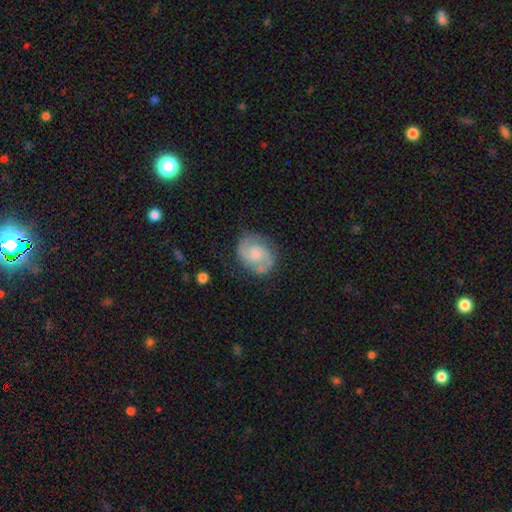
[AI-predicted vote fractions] smooth-or-featured: featured or disk: 82% | smooth: 13% | star or artifact: 5%
  disk-edge-on: no: 98% | yes: 2%
    bar: no: 60% | weak: 35% | strong: 5%
    has-spiral-arms: yes: 96% | no: 4%
      spiral-winding: medium: 55% | tight: 29% | loose: 16%
      spiral-arm-count: 2: 90% | can't tell: 4% | 1: 2% | 3: 2% | 4: 1% | more than 4: 1%
    bulge-size: small: 47% | moderate: 33% | none: 14% | large: 4% | dominant: 1%
  merging: none: 75% | minor disturbance: 16% | major disturbance: 6% | merger: 3%